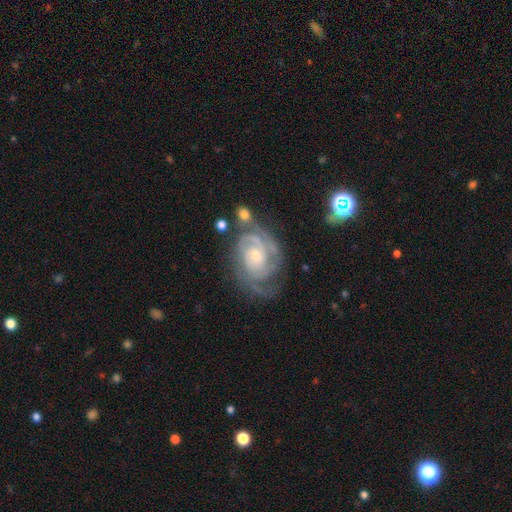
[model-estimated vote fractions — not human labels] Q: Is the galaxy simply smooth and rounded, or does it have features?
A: featured or disk — 89%.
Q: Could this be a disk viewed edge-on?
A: no — 97%.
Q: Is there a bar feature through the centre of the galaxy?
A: no — 70%.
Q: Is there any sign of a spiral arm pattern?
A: yes — 97%.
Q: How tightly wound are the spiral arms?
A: tight — 69%.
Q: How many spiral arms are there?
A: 2 — 35%.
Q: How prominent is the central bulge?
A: small — 60%.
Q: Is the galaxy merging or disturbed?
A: none — 64%.